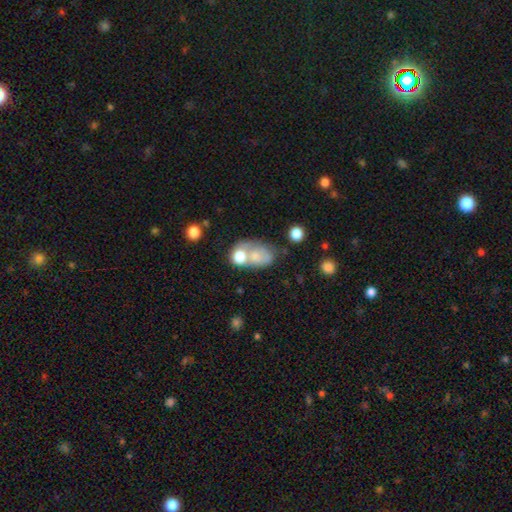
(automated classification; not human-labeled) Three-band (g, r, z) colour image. It shows a smooth galaxy with no disk features (66%) that is in between round and cigar-shaped (72%). Merging: merger (54%).